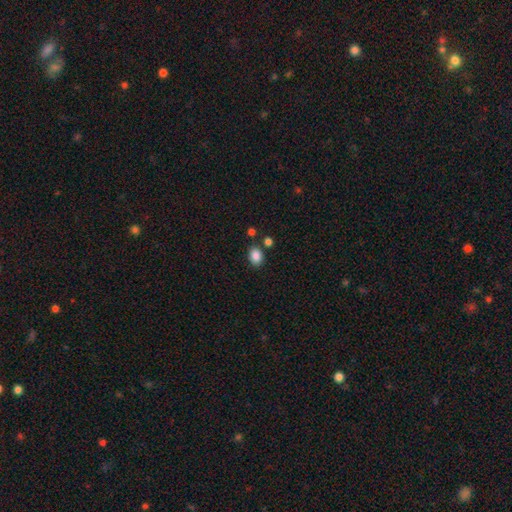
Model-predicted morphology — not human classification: A smooth galaxy with no disk features (86%) that is in between round and cigar-shaped (65%).

Vote fractions:
- Smooth or featured? smooth: 86% / star or artifact: 10% / featured or disk: 4%
- How rounded? in between: 65% / round: 34% / cigar-shaped: 1%
- Merging? none: 79% / minor disturbance: 11% / merger: 7% / major disturbance: 3%